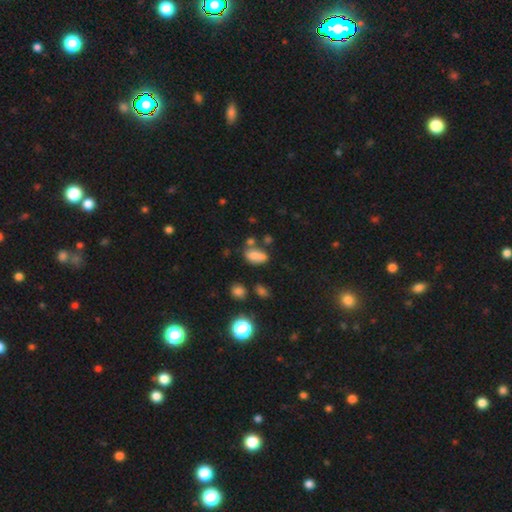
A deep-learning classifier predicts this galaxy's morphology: This appears to be a smooth galaxy with no disk features (71%) that is in between round and cigar-shaped (83%). Merging: none (44%).